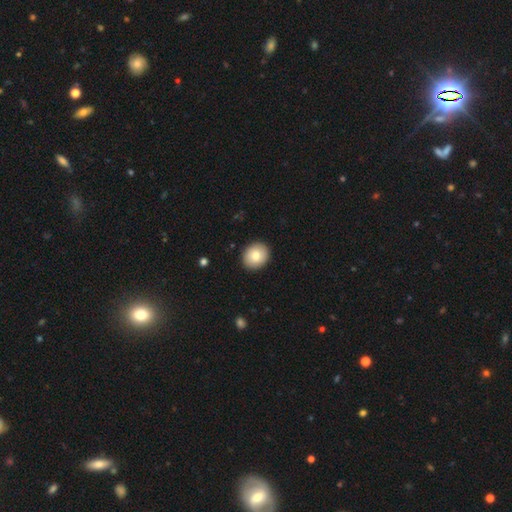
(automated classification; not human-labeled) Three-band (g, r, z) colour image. It shows a smooth galaxy with no disk features (80%) that is round (69%). Merging: none (91%).